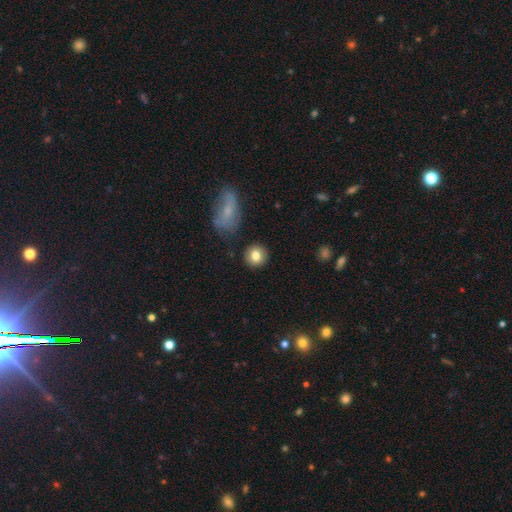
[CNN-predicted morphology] Q: Smooth or featured?
A: smooth (82%); runner-up: featured or disk (9%)
Q: How rounded?
A: round (91%); runner-up: in between (8%)
Q: Merging?
A: none (88%); runner-up: minor disturbance (7%)